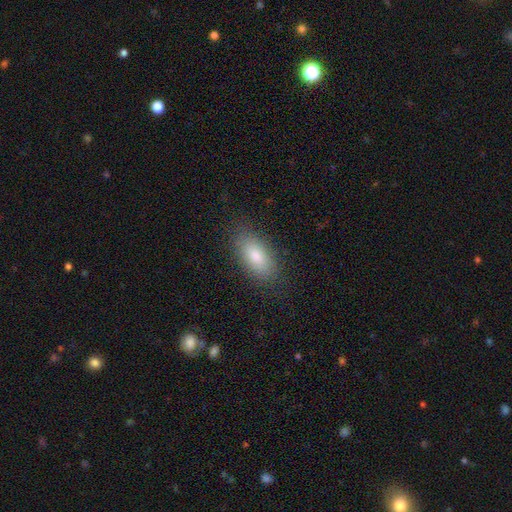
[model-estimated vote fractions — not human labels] Smooth or featured?
  - smooth: 82% *
  - featured or disk: 10%
  - star or artifact: 8%
How rounded?
  - in between: 89% *
  - cigar-shaped: 7%
  - round: 4%
Merging?
  - none: 84% *
  - minor disturbance: 11%
  - major disturbance: 3%
  - merger: 1%